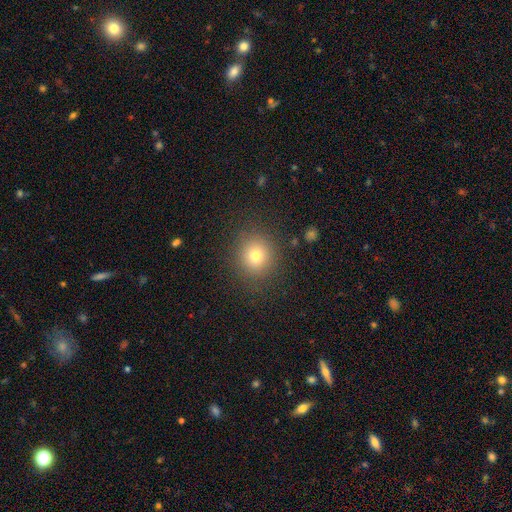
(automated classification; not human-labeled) This is likely a smooth galaxy (75%). How rounded: clearly round (87%). Merging: clearly none (87%).